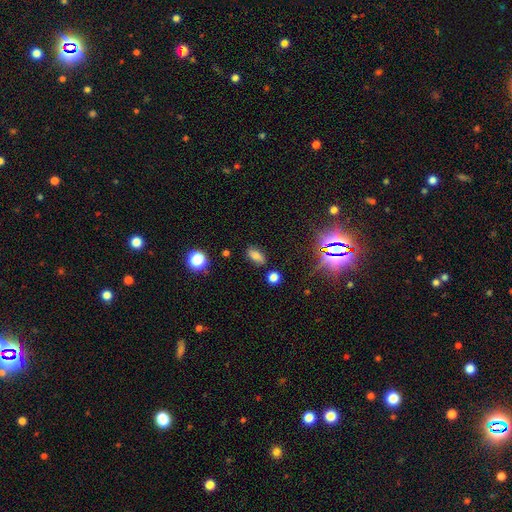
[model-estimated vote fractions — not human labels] smooth_or_featured: smooth (p=0.72) [alt: star or artifact p=0.18]
how_rounded: in between (p=0.84) [alt: round p=0.08]
merging: none (p=0.83) [alt: minor disturbance p=0.11]